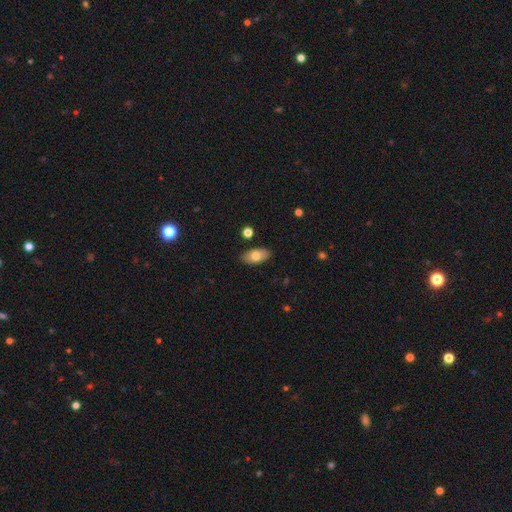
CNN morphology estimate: Smooth or featured: smooth — 74% (featured or disk — 19%)
How rounded: in between — 91% (cigar-shaped — 5%)
Merging: none — 87% (minor disturbance — 10%)